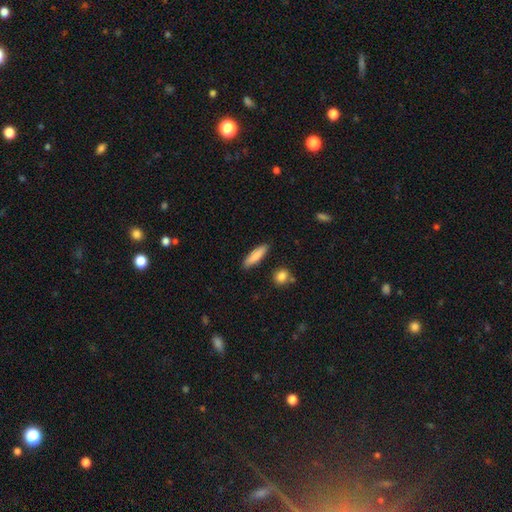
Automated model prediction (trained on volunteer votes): A smooth galaxy with no disk features (81%) that is cigar-shaped (71%). Merging: none (88%).